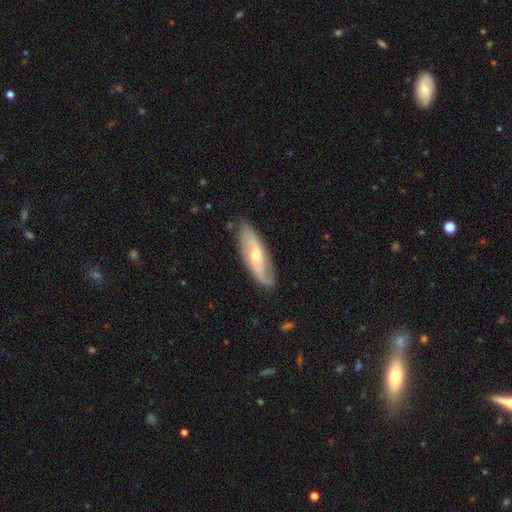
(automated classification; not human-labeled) Smooth or featured? Predicted: featured or disk (p=0.75). Edge-on disk? Predicted: no (p=0.82). Bar? Predicted: no (p=0.53). Spiral arms? Predicted: yes (p=0.89). Spiral winding? Predicted: loose (p=0.43). Spiral arm count? Predicted: 2 (p=0.79). Bulge size? Predicted: small (p=0.51). Merging? Predicted: none (p=0.80).